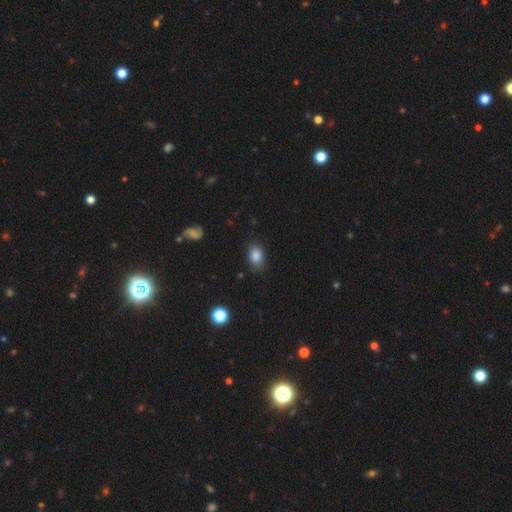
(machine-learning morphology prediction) Smooth or featured? smooth (85%)
How rounded? in between (82%)
Merging? none (78%)